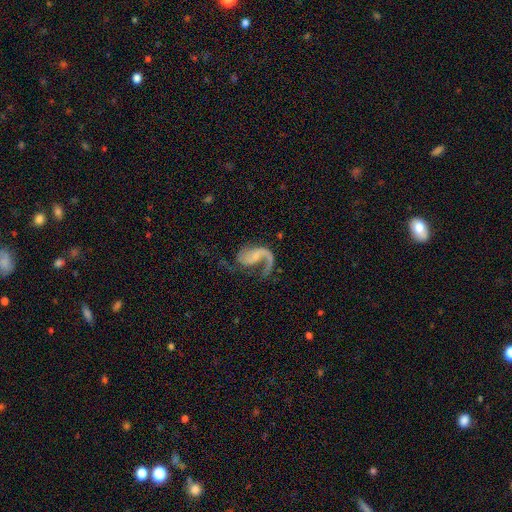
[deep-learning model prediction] This appears to be a featured or disk galaxy (81%) with no bar (53%), 1 (55%) loose (58%) spiral arms (93%) and a small central bulge (43%). Merging: major disturbance (40%).